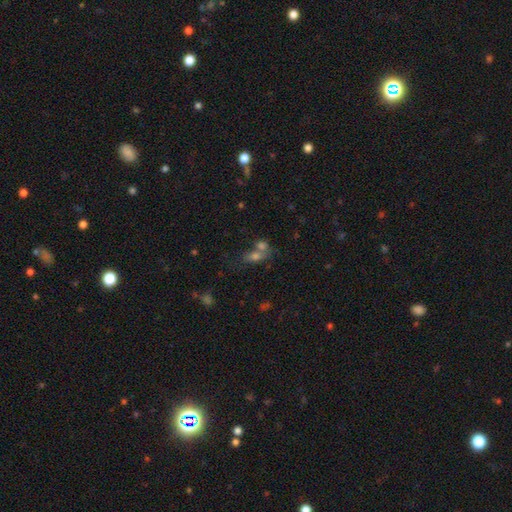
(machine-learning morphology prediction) This appears to be a smooth galaxy with no disk features (60%) that is in between round and cigar-shaped (64%). Merging: merger (50%).